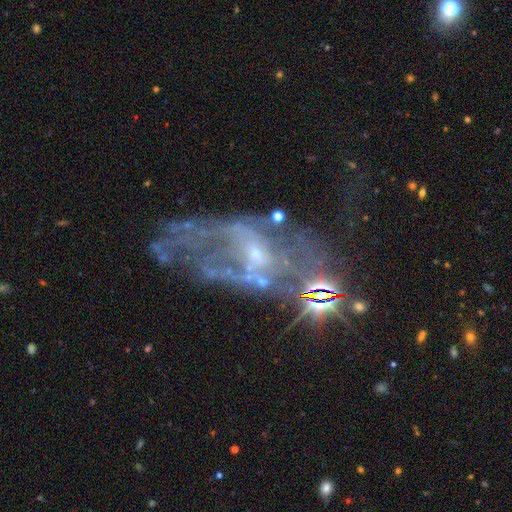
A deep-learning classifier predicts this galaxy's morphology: Smooth or featured? featured or disk (73%)
Edge-on disk? no (95%)
Bar? no (59%)
Spiral arms? yes (67%)
Bulge size? small (57%)
Merging? major disturbance (38%)